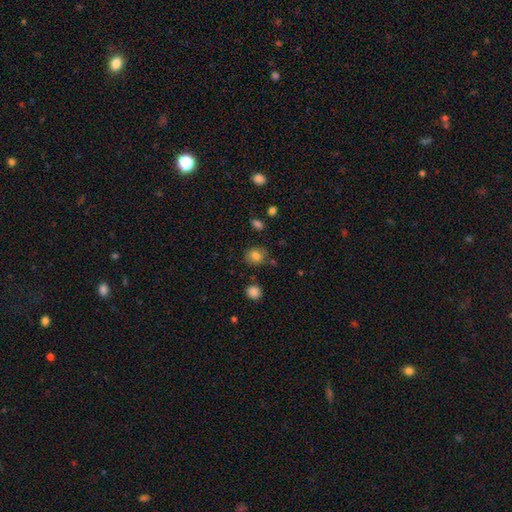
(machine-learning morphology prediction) Overall: smooth (82%). How rounded: round (66%; in between 33%). Merging: none (79%).